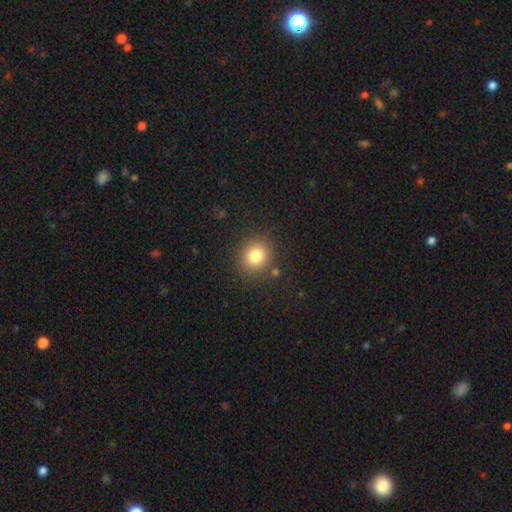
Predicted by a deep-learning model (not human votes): Smooth or featured?
  - smooth: 80% *
  - star or artifact: 12%
  - featured or disk: 8%
How rounded?
  - round: 84% *
  - in between: 15%
  - cigar-shaped: 1%
Merging?
  - none: 86% *
  - minor disturbance: 8%
  - major disturbance: 3%
  - merger: 3%